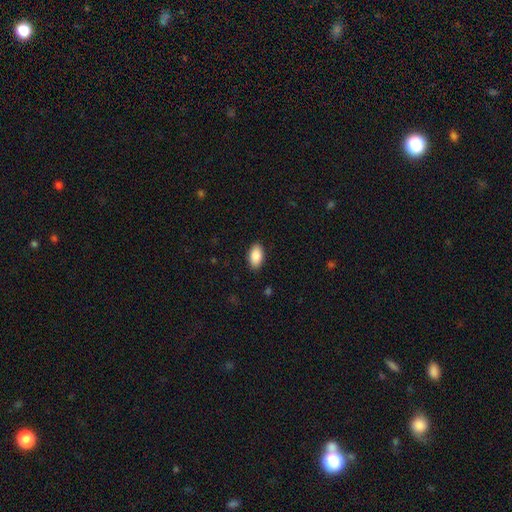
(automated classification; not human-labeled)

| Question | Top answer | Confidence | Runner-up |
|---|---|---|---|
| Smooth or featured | smooth | 88% | star or artifact (6%) |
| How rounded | in between | 94% | round (4%) |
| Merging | none | 89% | minor disturbance (8%) |